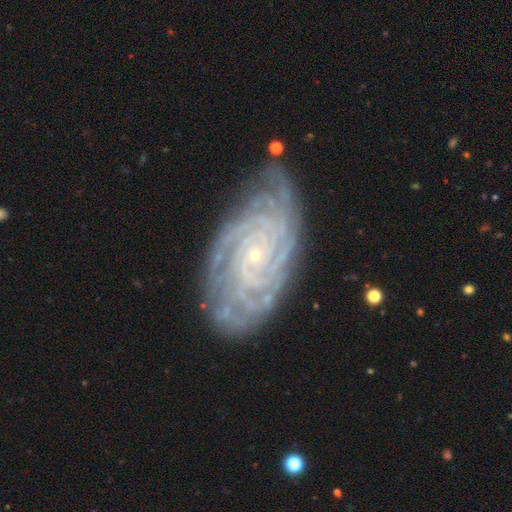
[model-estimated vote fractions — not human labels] smooth-or-featured: featured or disk: 90% | star or artifact: 6% | smooth: 4%
  disk-edge-on: no: 96% | yes: 4%
    bar: no: 77% | weak: 16% | strong: 7%
    has-spiral-arms: yes: 98% | no: 2%
      spiral-winding: tight: 83% | medium: 15% | loose: 2%
      spiral-arm-count: 4: 26% | can't tell: 20% | more than 4: 19% | 3: 15% | 2: 12% | 1: 8%
    bulge-size: small: 88% | moderate: 9% | none: 2% | large: 1% | dominant: 1%
  merging: none: 73% | minor disturbance: 20% | major disturbance: 6% | merger: 2%